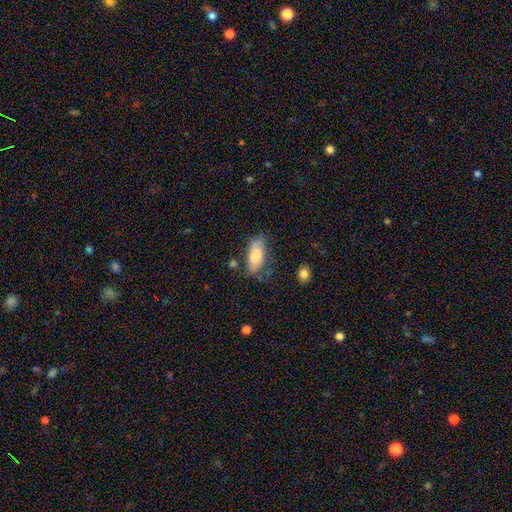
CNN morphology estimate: A smooth galaxy with no disk features (80%) that is in between round and cigar-shaped (86%).

Vote fractions:
- Smooth or featured? smooth: 80% / featured or disk: 13% / star or artifact: 7%
- How rounded? in between: 86% / cigar-shaped: 11% / round: 2%
- Merging? none: 63% / minor disturbance: 25% / major disturbance: 8% / merger: 4%